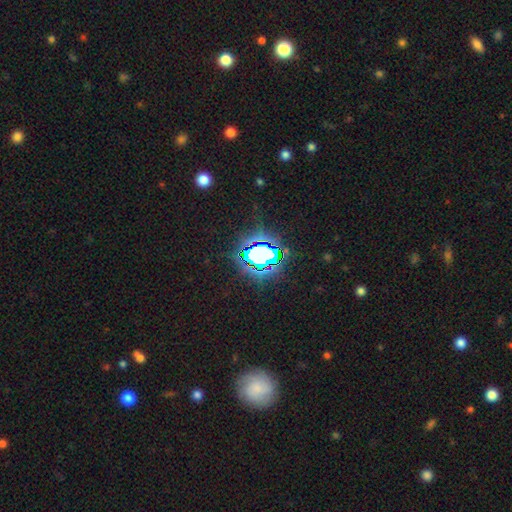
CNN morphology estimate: star or artifact 68%, smooth 20%, featured or disk 12%.